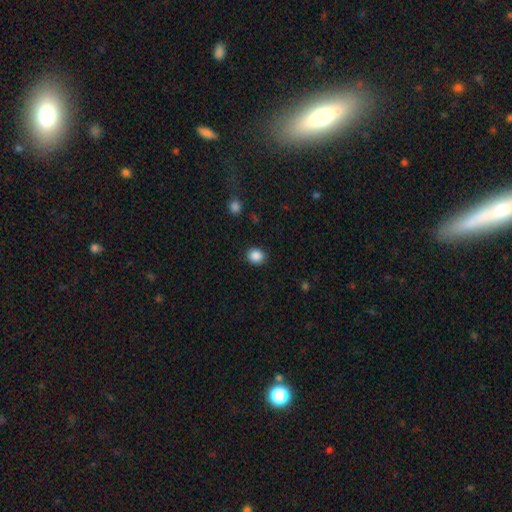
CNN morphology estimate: Smooth or featured: smooth — 87% (star or artifact — 9%)
How rounded: round — 65% (in between — 35%)
Merging: none — 89% (minor disturbance — 7%)